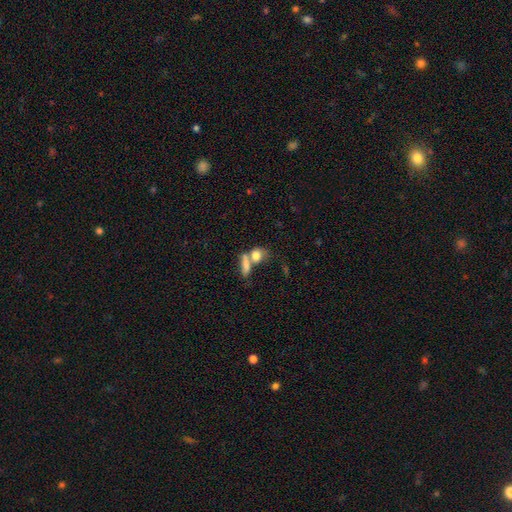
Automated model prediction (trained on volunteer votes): Smooth or featured: smooth — 77% (featured or disk — 14%)
How rounded: in between — 56% (round — 36%)
Merging: merger — 50% (none — 32%)